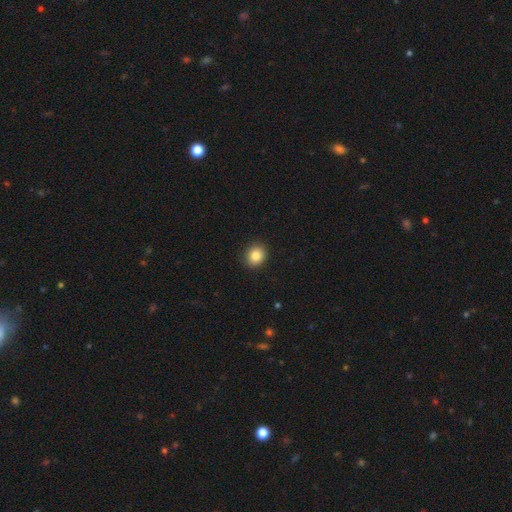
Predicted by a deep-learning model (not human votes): Overall: smooth (84%). How rounded: round (75%). Merging: none (91%).